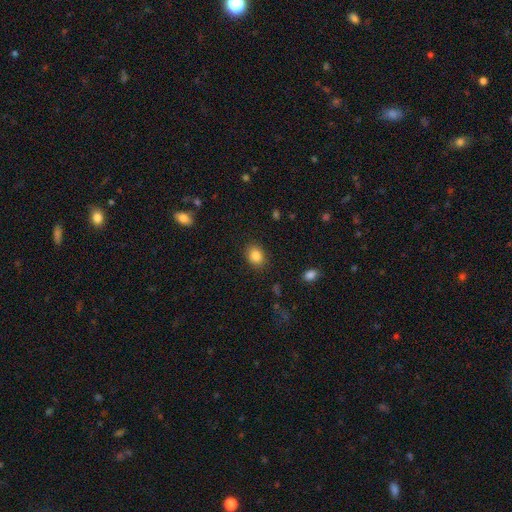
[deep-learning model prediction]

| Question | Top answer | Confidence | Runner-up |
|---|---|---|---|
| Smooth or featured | smooth | 85% | star or artifact (9%) |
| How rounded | in between | 58% | round (41%) |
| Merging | none | 86% | minor disturbance (9%) |